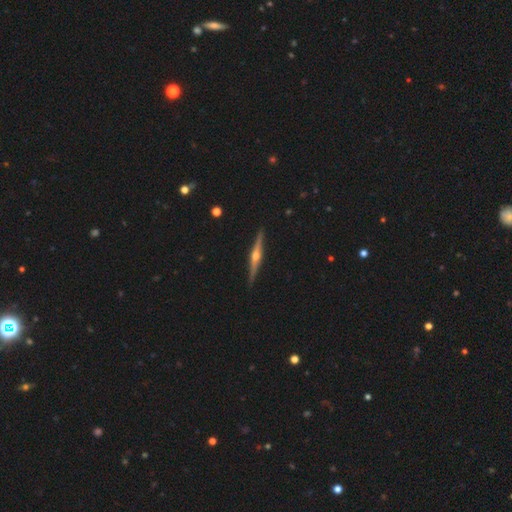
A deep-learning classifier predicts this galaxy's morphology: A featured or disk galaxy (83%) viewed edge-on (98%) with a rounded central bulge (94%).

Vote fractions:
- Smooth or featured? featured or disk: 83% / smooth: 11% / star or artifact: 5%
- Edge-on disk? yes: 98% / no: 2%
- Edge-on bulge? rounded: 94% / boxy: 3% / none: 3%
- Merging? none: 92% / minor disturbance: 6% / major disturbance: 1% / merger: 1%